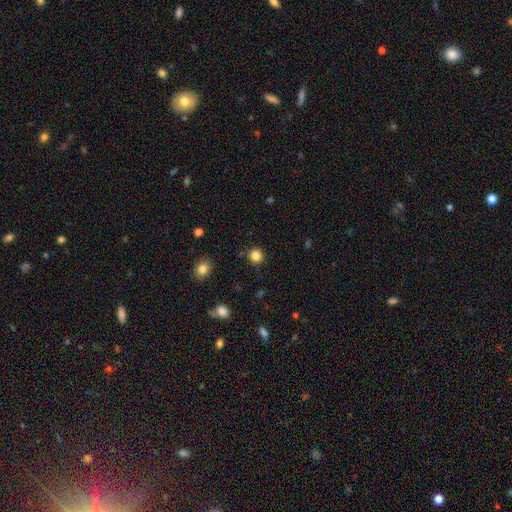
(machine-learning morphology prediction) A smooth galaxy with no disk features (84%) that is round (92%).

Vote fractions:
- Smooth or featured? smooth: 84% / star or artifact: 12% / featured or disk: 4%
- How rounded? round: 92% / in between: 7% / cigar-shaped: 1%
- Merging? none: 89% / minor disturbance: 7% / major disturbance: 2% / merger: 2%